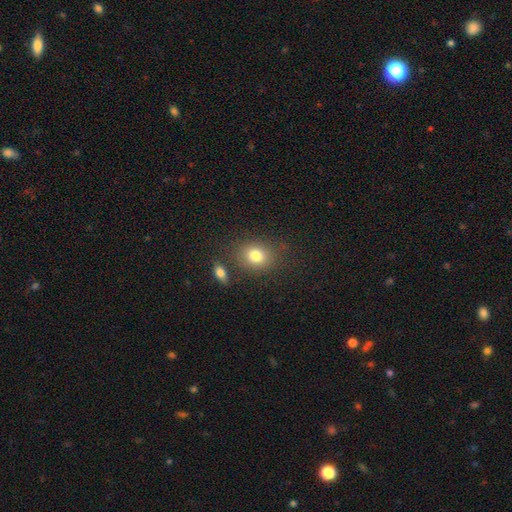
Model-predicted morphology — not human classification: A smooth galaxy with no disk features (80%) that is round (56%). Merging: none (76%).